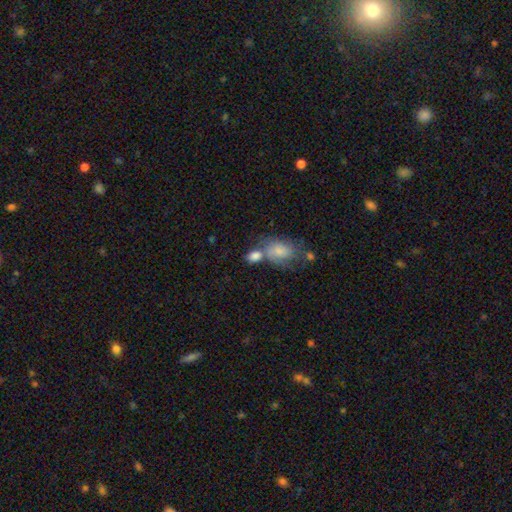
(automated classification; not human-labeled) Smooth or featured: smooth — 75% (featured or disk — 17%)
How rounded: in between — 71% (round — 27%)
Merging: merger — 47% (none — 32%)